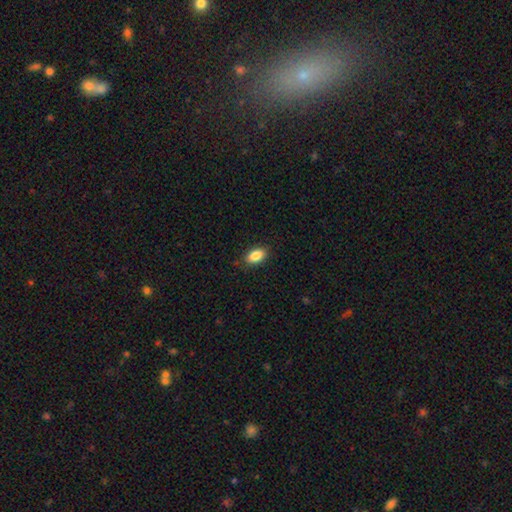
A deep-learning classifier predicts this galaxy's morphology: This is clearly a smooth galaxy (87%). How rounded: clearly in between (91%). Merging: clearly none (87%).